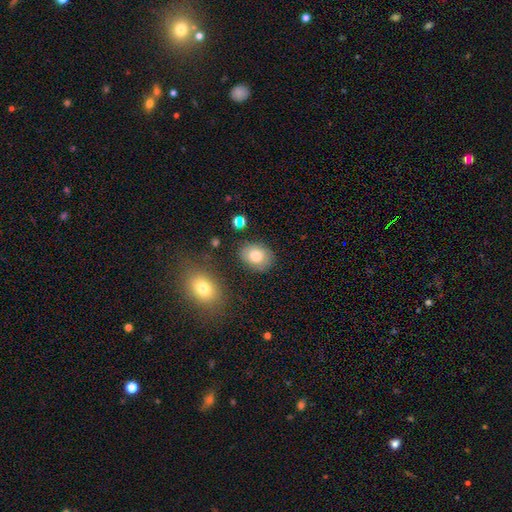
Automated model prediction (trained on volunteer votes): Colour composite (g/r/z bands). It shows a smooth galaxy with no disk features (73%) that is in between round and cigar-shaped (64%). Merging: none (80%).